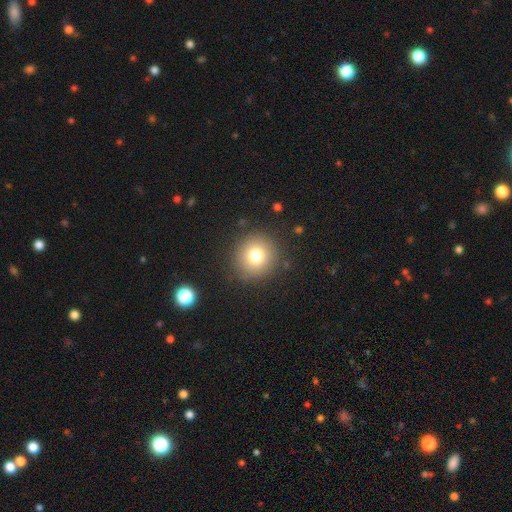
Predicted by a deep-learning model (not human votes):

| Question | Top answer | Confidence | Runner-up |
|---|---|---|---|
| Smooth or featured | smooth | 76% | star or artifact (13%) |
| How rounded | round | 93% | in between (6%) |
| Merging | none | 88% | minor disturbance (7%) |